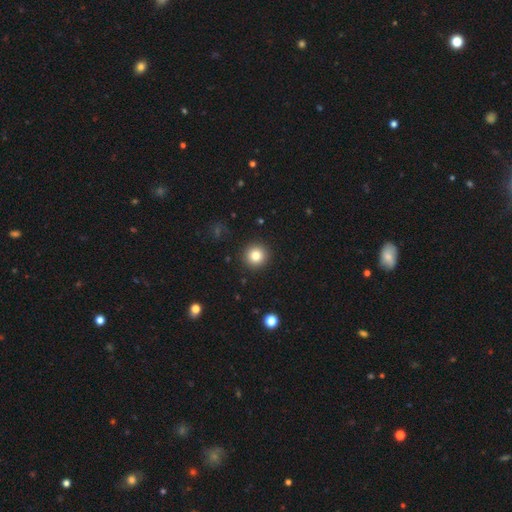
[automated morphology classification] A smooth galaxy with no disk features (82%) that is round (95%).

Vote fractions:
- Smooth or featured? smooth: 82% / star or artifact: 11% / featured or disk: 7%
- How rounded? round: 95% / in between: 5% / cigar-shaped: 1%
- Merging? none: 92% / minor disturbance: 5% / major disturbance: 2% / merger: 1%